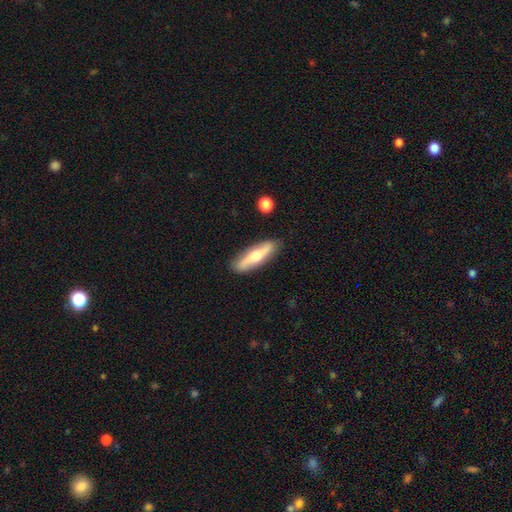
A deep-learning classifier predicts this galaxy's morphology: A featured or disk galaxy (50%) viewed edge-on (76%).

Vote fractions:
- Smooth or featured? featured or disk: 50% / smooth: 44% / star or artifact: 6%
- Edge-on disk? yes: 76% / no: 24%
- Merging? none: 87% / minor disturbance: 9% / major disturbance: 2% / merger: 2%